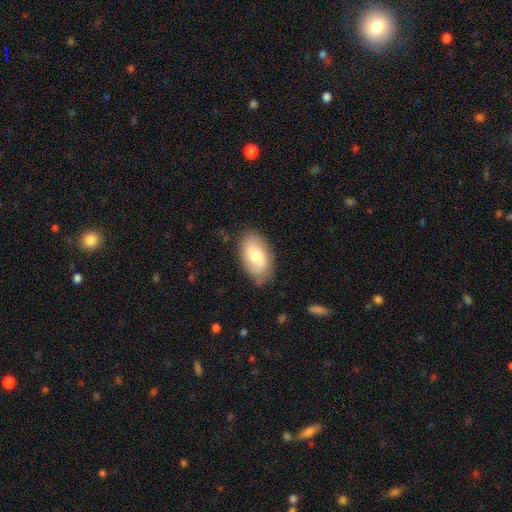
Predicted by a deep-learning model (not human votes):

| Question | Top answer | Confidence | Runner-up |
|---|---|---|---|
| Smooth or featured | smooth | 63% | featured or disk (30%) |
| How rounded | in between | 93% | round (6%) |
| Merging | none | 79% | minor disturbance (16%) |